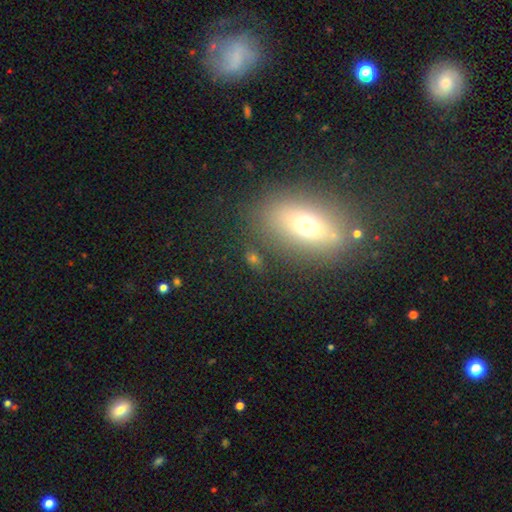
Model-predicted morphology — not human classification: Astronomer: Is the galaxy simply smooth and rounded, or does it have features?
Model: smooth — 59%.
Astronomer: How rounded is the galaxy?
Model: in between — 68%.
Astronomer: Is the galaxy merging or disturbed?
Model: none — 77%.